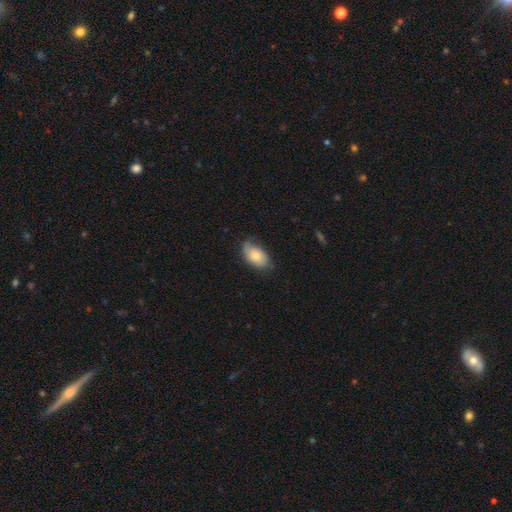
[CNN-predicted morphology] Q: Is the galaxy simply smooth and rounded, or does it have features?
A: smooth — 67%.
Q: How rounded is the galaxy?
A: in between — 92%.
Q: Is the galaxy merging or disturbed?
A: none — 55%.